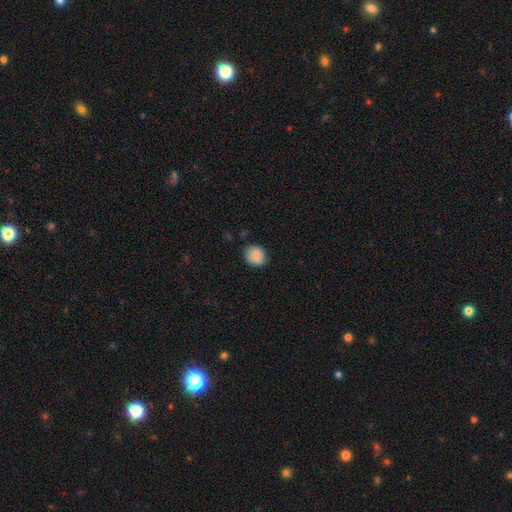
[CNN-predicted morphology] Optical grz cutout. It shows a smooth galaxy with no disk features (85%) that is round (72%). Merging: none (81%).